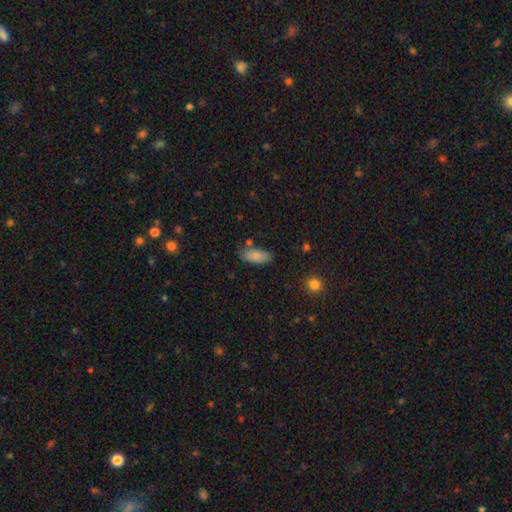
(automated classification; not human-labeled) A smooth galaxy with no disk features (82%) that is in between round and cigar-shaped (88%). Merging: none (73%).